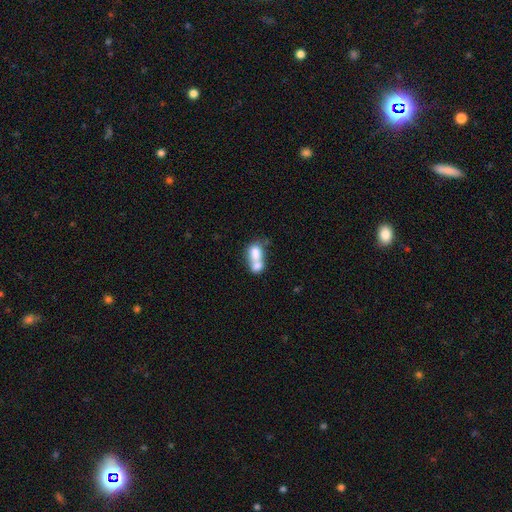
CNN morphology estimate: This appears to be a smooth galaxy with no disk features (70%) that is in between round and cigar-shaped (68%). Merging: merger (71%).